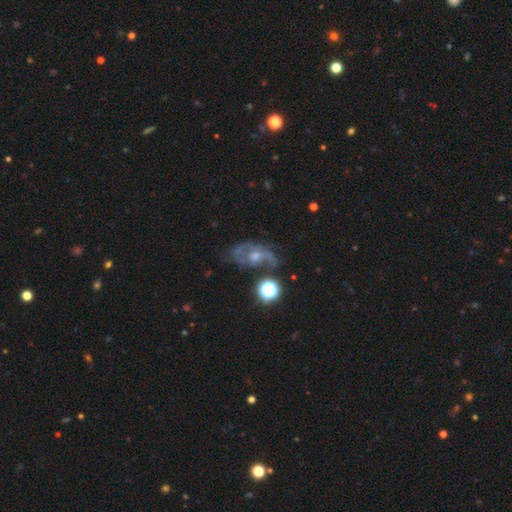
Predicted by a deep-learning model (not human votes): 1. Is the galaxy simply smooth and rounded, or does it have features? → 61% featured or disk, 22% smooth, 16% star or artifact.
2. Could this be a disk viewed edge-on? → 94% no, 6% yes.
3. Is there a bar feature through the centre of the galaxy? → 73% no, 23% weak, 5% strong.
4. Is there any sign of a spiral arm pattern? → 69% yes, 31% no.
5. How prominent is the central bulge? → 54% moderate, 30% small, 8% large, 6% none, 2% dominant.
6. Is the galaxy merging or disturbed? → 44% none, 26% major disturbance, 23% minor disturbance, 7% merger.